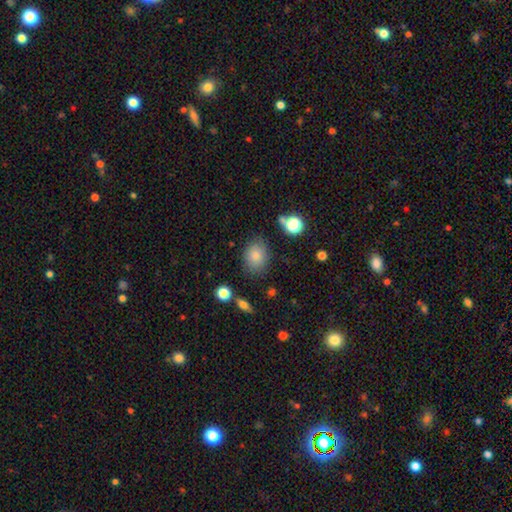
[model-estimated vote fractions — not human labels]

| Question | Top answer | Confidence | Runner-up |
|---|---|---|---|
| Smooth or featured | smooth | 83% | star or artifact (10%) |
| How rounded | in between | 58% | round (40%) |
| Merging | none | 78% | minor disturbance (14%) |